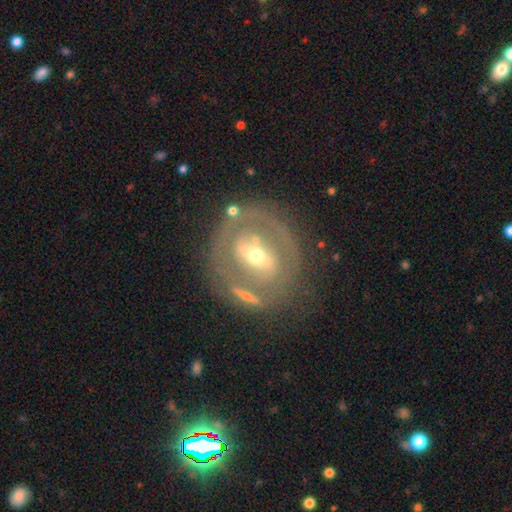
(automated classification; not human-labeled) Overall: featured or disk (70%). Edge-on disk: no (91%). Bar: strong (43%; weak 31%). Spiral arms: no (62%; yes 38%). Bulge size: moderate (52%; small 41%). Merging: none (64%).